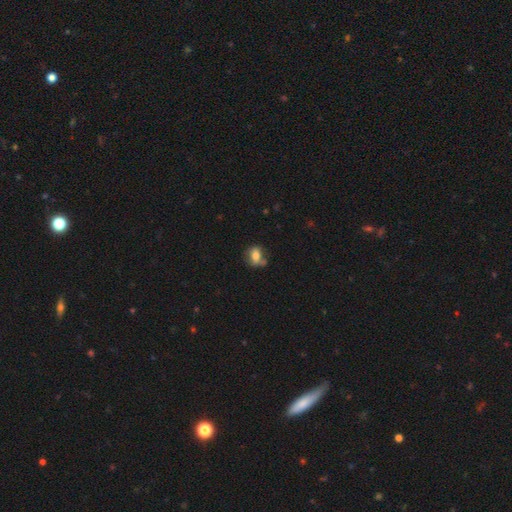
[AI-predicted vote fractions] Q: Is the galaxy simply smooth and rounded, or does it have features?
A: smooth — 73%.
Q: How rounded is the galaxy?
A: in between — 62%.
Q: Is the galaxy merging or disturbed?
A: none — 52%.